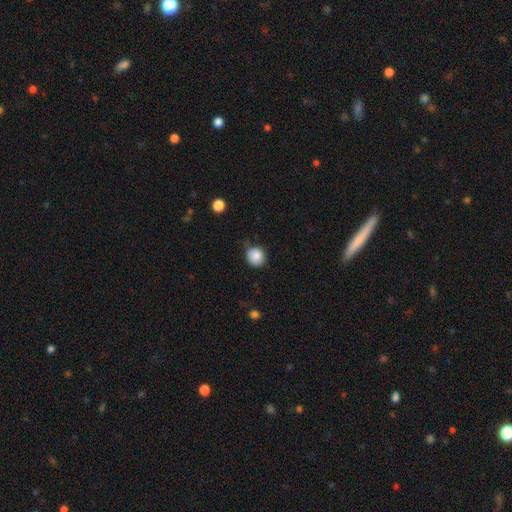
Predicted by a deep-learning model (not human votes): smooth_or_featured: smooth (p=0.86) [alt: star or artifact p=0.09]
how_rounded: round (p=0.90) [alt: in between p=0.09]
merging: none (p=0.75) [alt: minor disturbance p=0.19]